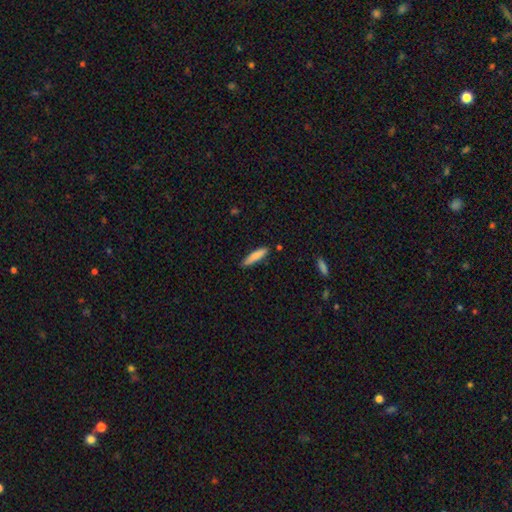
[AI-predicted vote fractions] Smooth or featured: smooth — 83% (featured or disk — 11%)
How rounded: cigar-shaped — 80% (in between — 18%)
Merging: none — 84% (minor disturbance — 12%)